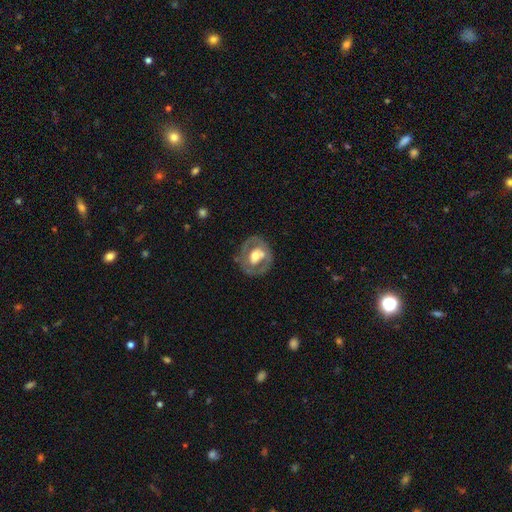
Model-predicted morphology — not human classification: Smooth or featured? Predicted: featured or disk (p=0.63). Edge-on disk? Predicted: no (p=0.95). Bar? Predicted: no (p=0.58). Spiral arms? Predicted: no (p=0.68). Bulge size? Predicted: moderate (p=0.64). Merging? Predicted: none (p=0.70).